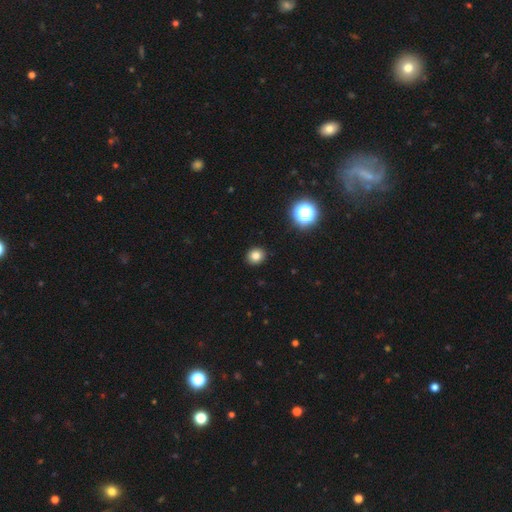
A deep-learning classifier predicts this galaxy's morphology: Smooth or featured?
  - smooth: 80% *
  - star or artifact: 14%
  - featured or disk: 6%
How rounded?
  - round: 81% *
  - in between: 18%
  - cigar-shaped: 1%
Merging?
  - none: 92% *
  - minor disturbance: 5%
  - major disturbance: 2%
  - merger: 1%